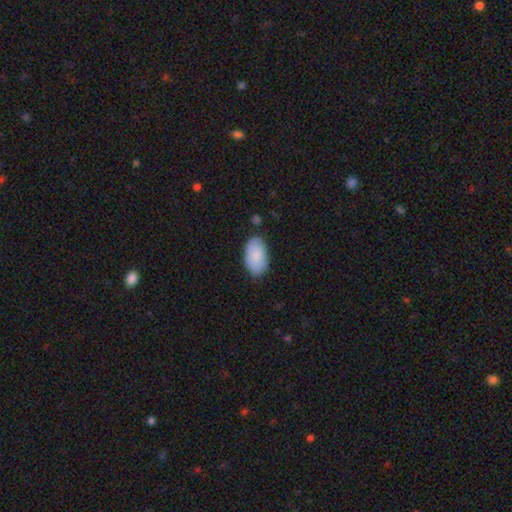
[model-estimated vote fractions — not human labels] Smooth or featured? smooth (86%)
How rounded? in between (95%)
Merging? none (79%)